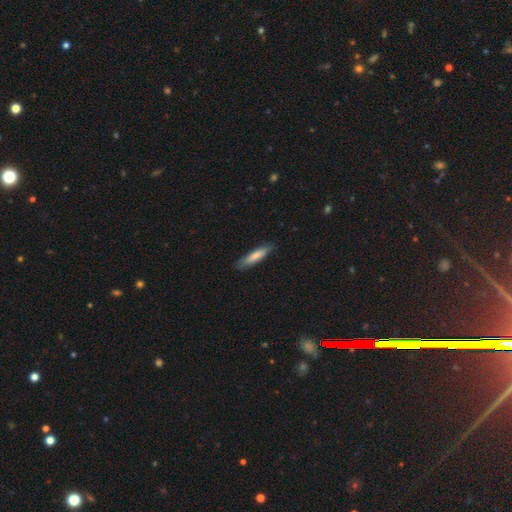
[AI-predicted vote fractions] Morphology: type=smooth (77%); roundness=cigar-shaped (77%); merging=none (82%).